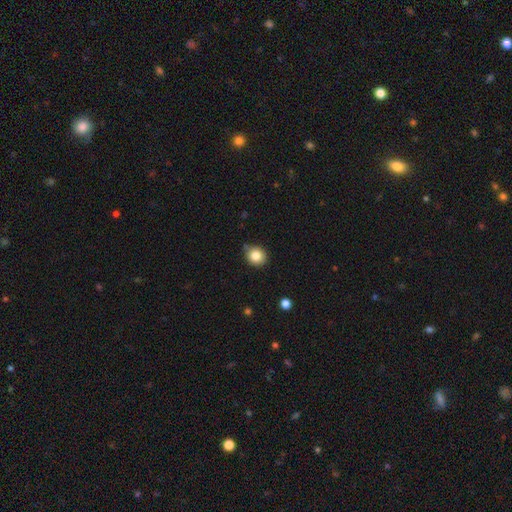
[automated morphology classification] This appears to be a smooth galaxy with no disk features (83%) that is round (81%). Merging: none (80%).